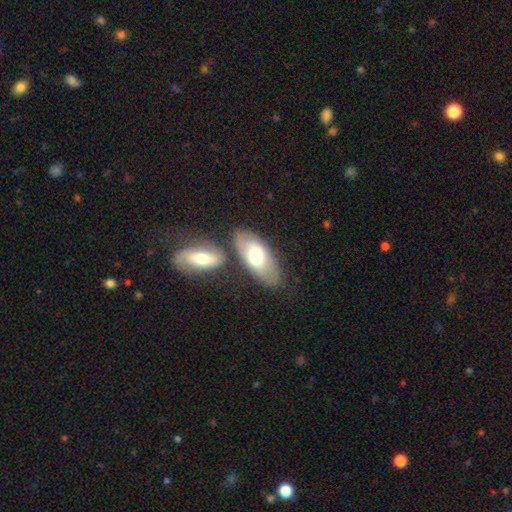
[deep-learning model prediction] Overall: smooth (66%; featured or disk 28%). How rounded: in between (89%). Merging: none (65%).